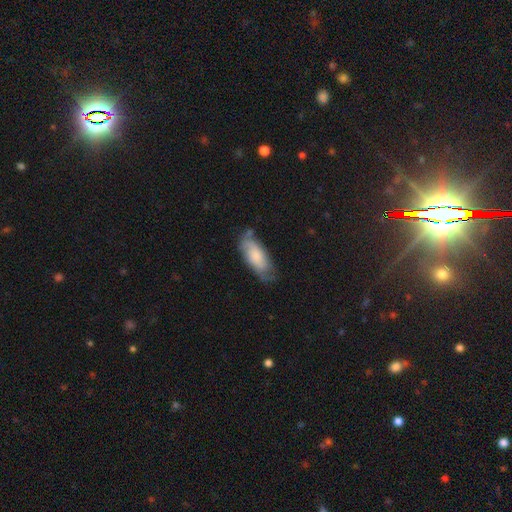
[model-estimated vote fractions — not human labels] This is likely a smooth galaxy (62%). How rounded: clearly in between (81%). Merging: possibly none (56%).